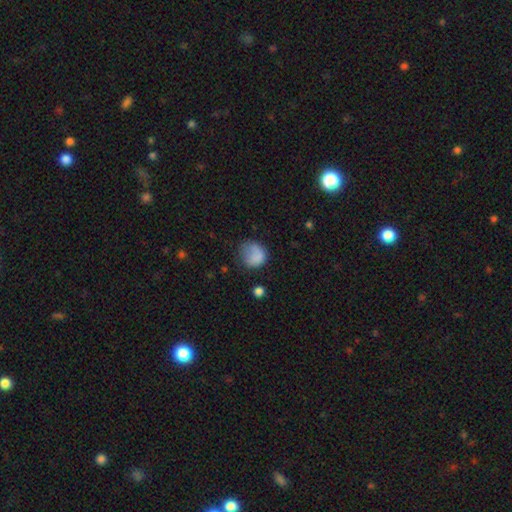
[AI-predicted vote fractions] Overall: smooth (80%). How rounded: round (73%). Merging: none (47%; minor disturbance 31%).